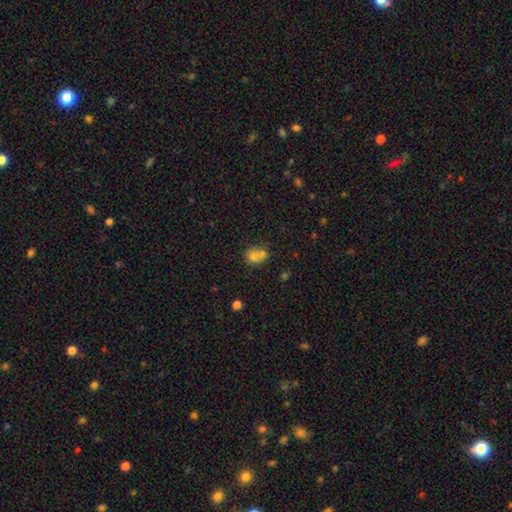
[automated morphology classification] Q: Smooth or featured?
A: smooth (72%); runner-up: featured or disk (15%)
Q: How rounded?
A: round (64%); runner-up: in between (35%)
Q: Merging?
A: merger (55%); runner-up: none (32%)